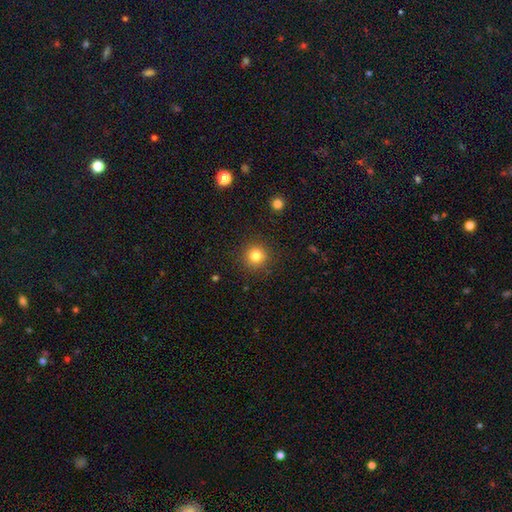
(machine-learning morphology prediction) smooth-or-featured: smooth: 82% | star or artifact: 12% | featured or disk: 6%
  how-rounded: round: 94% | in between: 5% | cigar-shaped: 1%
  merging: none: 89% | minor disturbance: 7% | major disturbance: 3% | merger: 1%